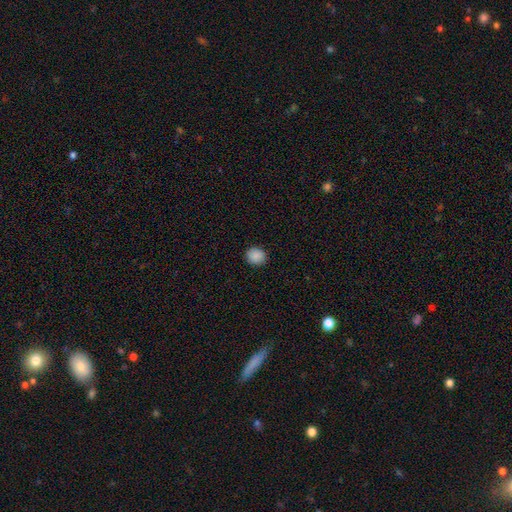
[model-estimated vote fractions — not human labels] smooth 89%, star or artifact 8%, featured or disk 3%. Down the decision tree: how rounded — round (83%); merging — none (92%).